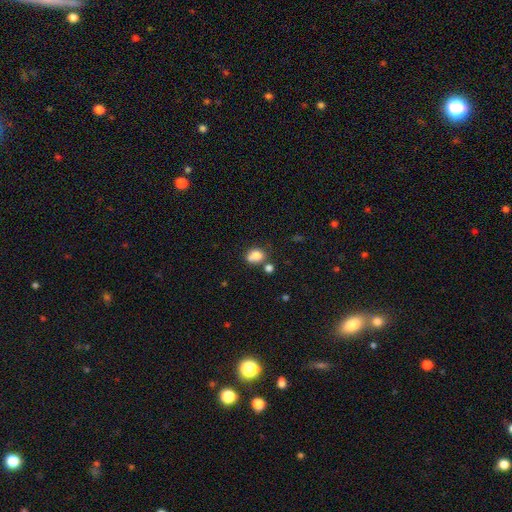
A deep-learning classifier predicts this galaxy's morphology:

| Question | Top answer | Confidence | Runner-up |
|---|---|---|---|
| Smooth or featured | smooth | 79% | star or artifact (11%) |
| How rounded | round | 56% | in between (43%) |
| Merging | none | 45% | merger (32%) |